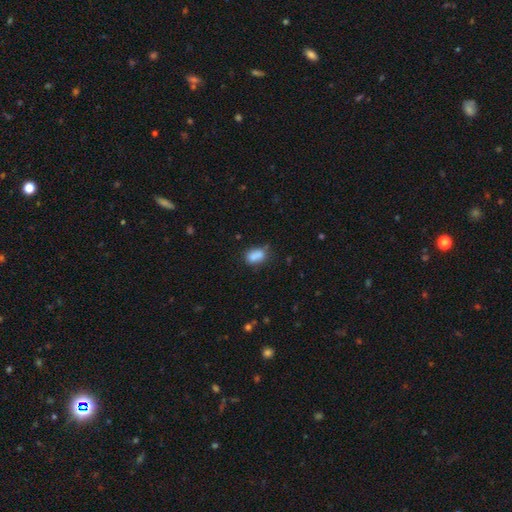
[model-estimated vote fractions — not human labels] Morphology: type=smooth (83%); roundness=in between (81%); merging=none (57%).